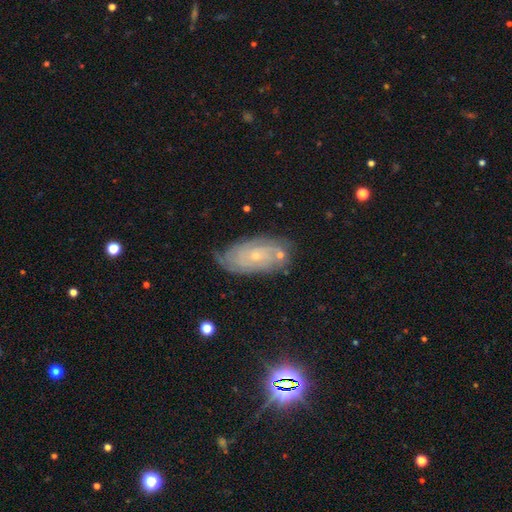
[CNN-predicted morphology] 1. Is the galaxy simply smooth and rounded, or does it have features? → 68% featured or disk, 22% smooth, 11% star or artifact.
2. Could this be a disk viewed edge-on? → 92% no, 8% yes.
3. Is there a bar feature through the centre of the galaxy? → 79% no, 18% weak, 3% strong.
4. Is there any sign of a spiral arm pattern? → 86% yes, 14% no.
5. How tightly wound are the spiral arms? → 70% tight, 22% medium, 7% loose.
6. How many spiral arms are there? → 56% can't tell, 16% 2, 10% 3, 9% 4, 5% more than 4, 4% 1.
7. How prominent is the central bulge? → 78% small, 18% moderate, 2% none, 1% large, 1% dominant.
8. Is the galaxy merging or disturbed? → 69% none, 21% minor disturbance, 6% major disturbance, 5% merger.